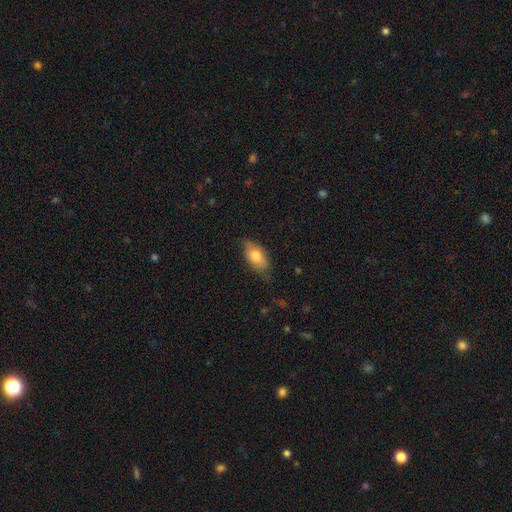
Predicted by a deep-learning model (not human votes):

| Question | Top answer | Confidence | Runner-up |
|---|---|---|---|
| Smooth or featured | smooth | 75% | featured or disk (19%) |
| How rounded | in between | 91% | round (5%) |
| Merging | none | 69% | minor disturbance (25%) |